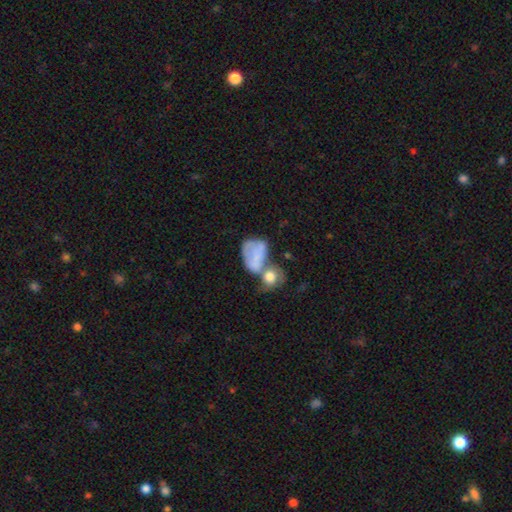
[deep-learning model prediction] Overall: smooth (60%; featured or disk 31%). How rounded: in between (74%). Merging: merger (55%; major disturbance 20%).